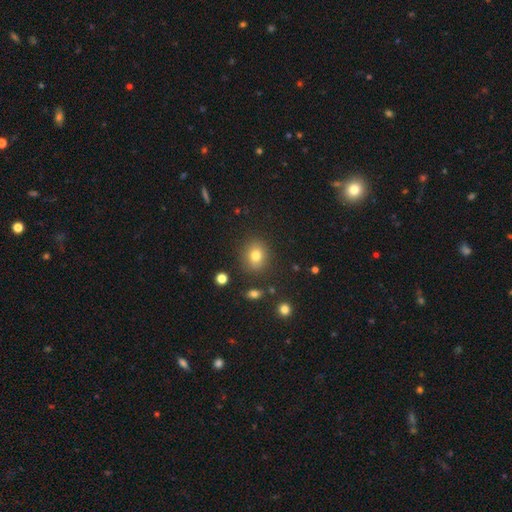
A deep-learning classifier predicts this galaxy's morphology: Smooth or featured: smooth — 78% (star or artifact — 12%)
How rounded: round — 70% (in between — 29%)
Merging: none — 85% (minor disturbance — 9%)